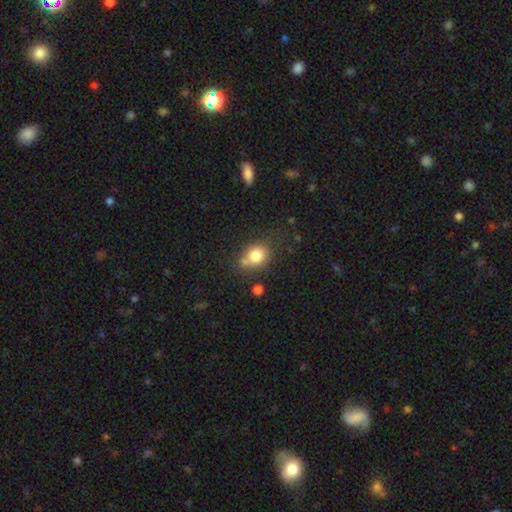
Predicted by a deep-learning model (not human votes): This appears to be a smooth galaxy with no disk features (79%) that is round (62%). Merging: none (58%).